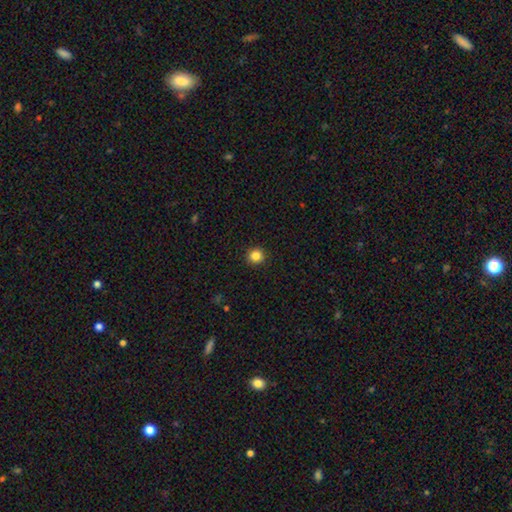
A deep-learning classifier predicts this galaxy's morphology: A smooth galaxy with no disk features (85%) that is round (94%). Merging: none (92%).